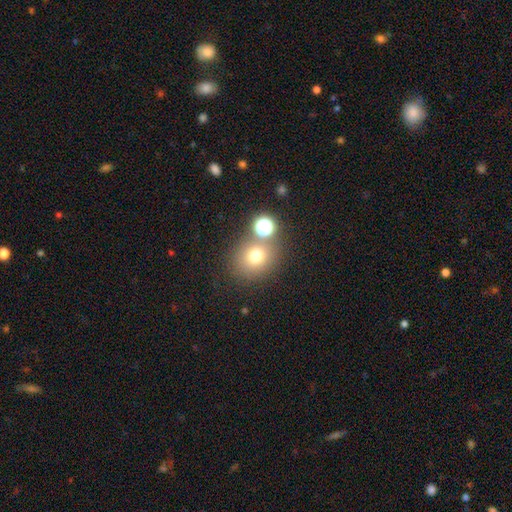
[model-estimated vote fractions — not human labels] Overall: smooth (72%). How rounded: round (77%). Merging: none (68%).